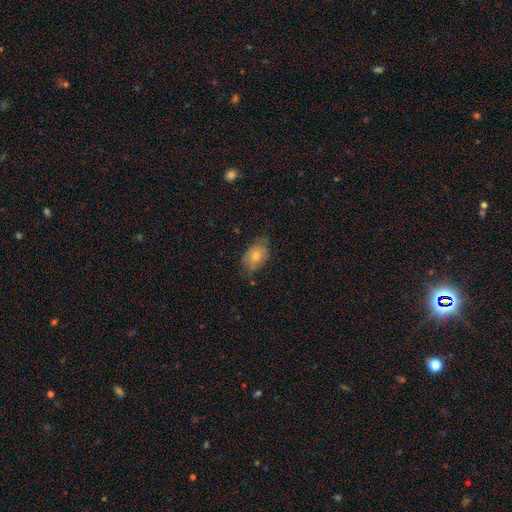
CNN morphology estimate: This is likely a smooth galaxy (68%). How rounded: clearly in between (84%). Merging: possibly none (60%).